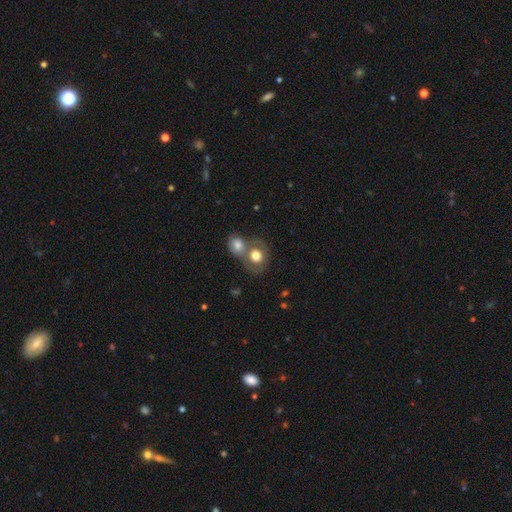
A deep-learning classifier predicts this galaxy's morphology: smooth-or-featured: smooth: 66% | featured or disk: 25% | star or artifact: 8%
  how-rounded: round: 65% | in between: 34% | cigar-shaped: 1%
  merging: merger: 52% | none: 33% | minor disturbance: 9% | major disturbance: 5%